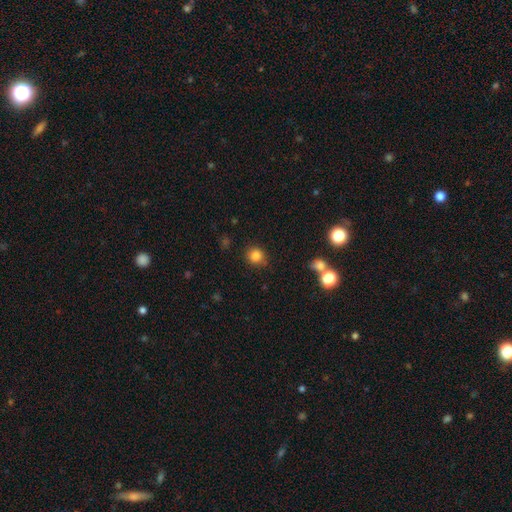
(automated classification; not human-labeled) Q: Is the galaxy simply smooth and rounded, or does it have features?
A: smooth — 84%.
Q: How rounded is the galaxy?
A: round — 86%.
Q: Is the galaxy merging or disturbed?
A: none — 83%.